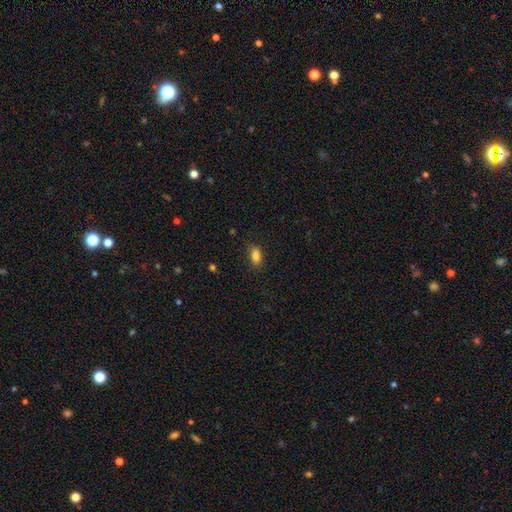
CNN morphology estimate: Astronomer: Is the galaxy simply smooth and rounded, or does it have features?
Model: smooth — 86%.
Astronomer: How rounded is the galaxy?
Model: in between — 87%.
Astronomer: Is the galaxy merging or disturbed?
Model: none — 83%.